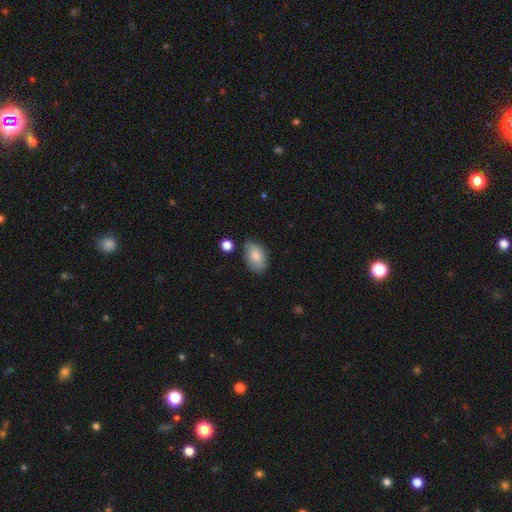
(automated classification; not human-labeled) A smooth galaxy with no disk features (83%) that is in between round and cigar-shaped (92%). Merging: none (75%).